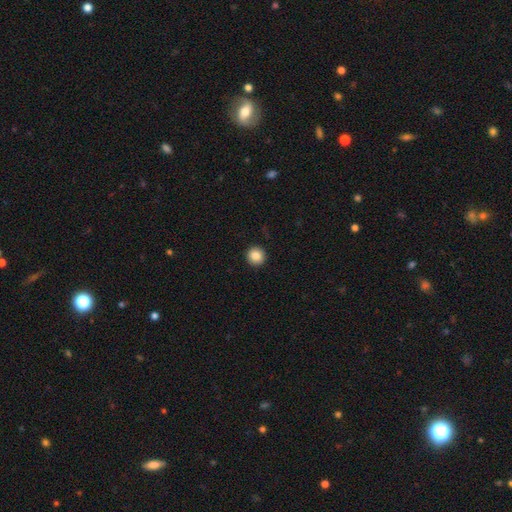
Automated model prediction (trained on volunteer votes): smooth-or-featured: smooth: 87% | star or artifact: 9% | featured or disk: 4%
  how-rounded: round: 95% | in between: 4% | cigar-shaped: 1%
  merging: none: 93% | minor disturbance: 4% | major disturbance: 2% | merger: 1%